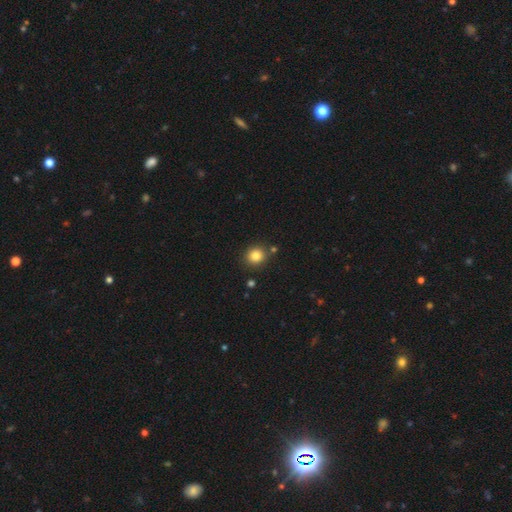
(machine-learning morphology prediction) smooth-or-featured: smooth: 83% | star or artifact: 11% | featured or disk: 6%
  how-rounded: round: 86% | in between: 13% | cigar-shaped: 1%
  merging: none: 83% | minor disturbance: 9% | merger: 5% | major disturbance: 2%